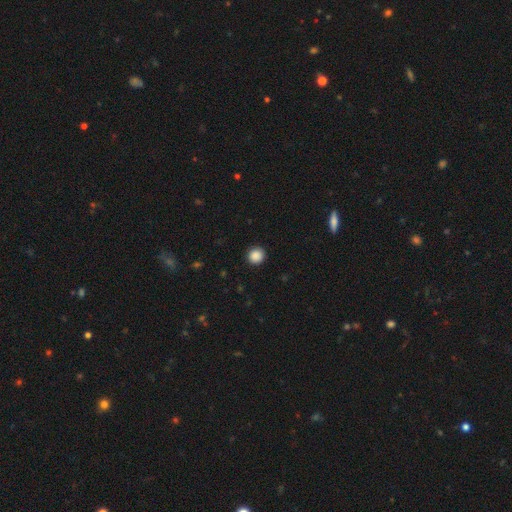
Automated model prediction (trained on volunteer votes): Morphology: type=smooth (88%); roundness=round (94%); merging=none (92%).